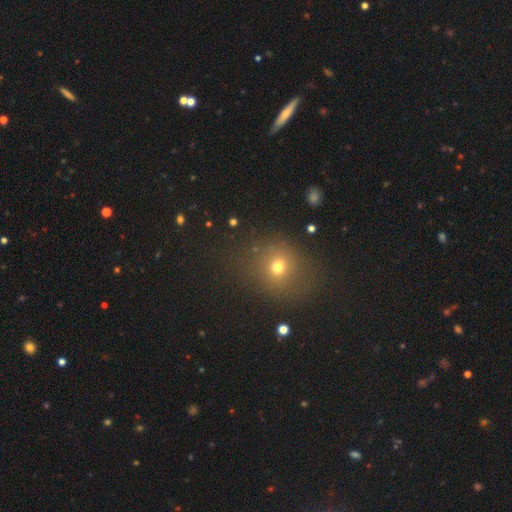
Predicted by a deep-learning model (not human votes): Smooth or featured: smooth — 57% (star or artifact — 33%)
How rounded: round — 76% (in between — 22%)
Merging: none — 84% (minor disturbance — 10%)